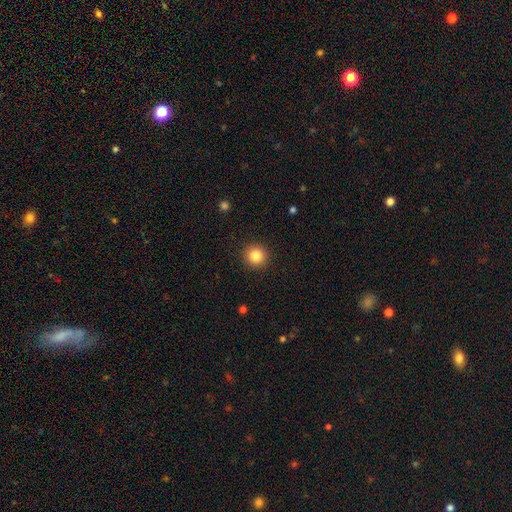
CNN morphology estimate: A smooth galaxy with no disk features (84%) that is round (94%). Merging: none (92%).